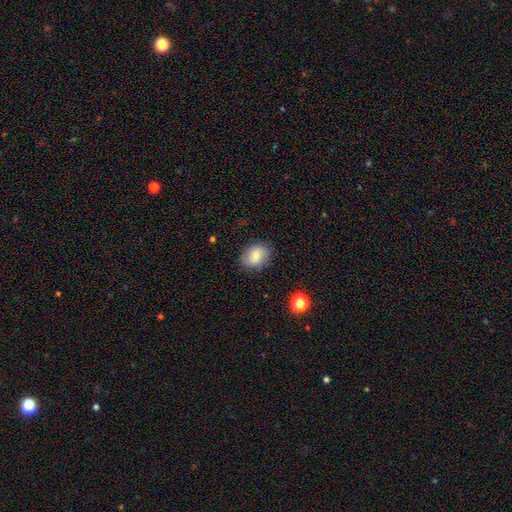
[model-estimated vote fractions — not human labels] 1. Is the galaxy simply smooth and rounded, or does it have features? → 76% smooth, 15% featured or disk, 9% star or artifact.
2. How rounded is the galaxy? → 62% in between, 37% round, 1% cigar-shaped.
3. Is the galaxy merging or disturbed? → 83% none, 12% minor disturbance, 3% major disturbance, 1% merger.